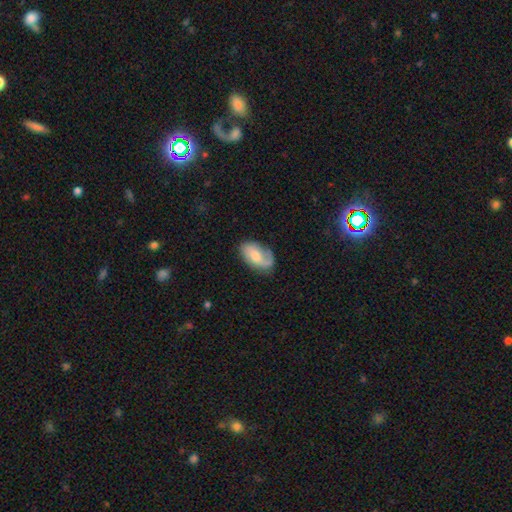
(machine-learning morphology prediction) type=featured or disk (50%); edge-on=no (95%); merging=none (64%).